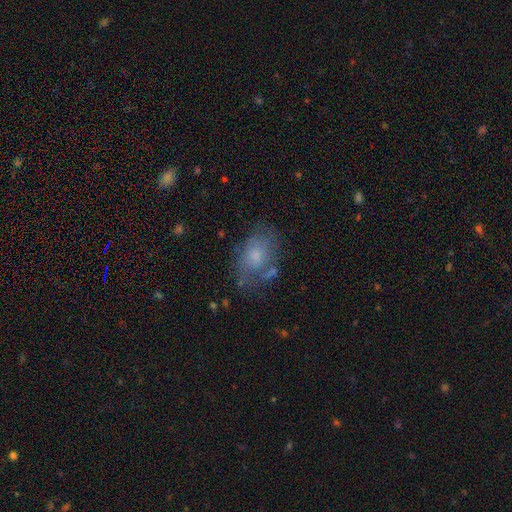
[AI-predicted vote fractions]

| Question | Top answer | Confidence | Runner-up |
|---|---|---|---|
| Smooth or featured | smooth | 51% | featured or disk (39%) |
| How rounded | in between | 81% | round (17%) |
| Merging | none | 52% | minor disturbance (25%) |